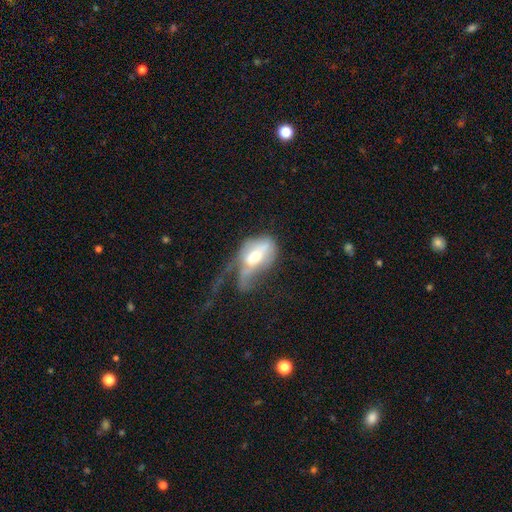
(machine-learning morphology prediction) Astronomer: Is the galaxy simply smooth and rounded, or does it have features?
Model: featured or disk — 47% (runner-up: smooth, 46%).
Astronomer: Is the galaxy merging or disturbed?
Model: major disturbance — 61%.